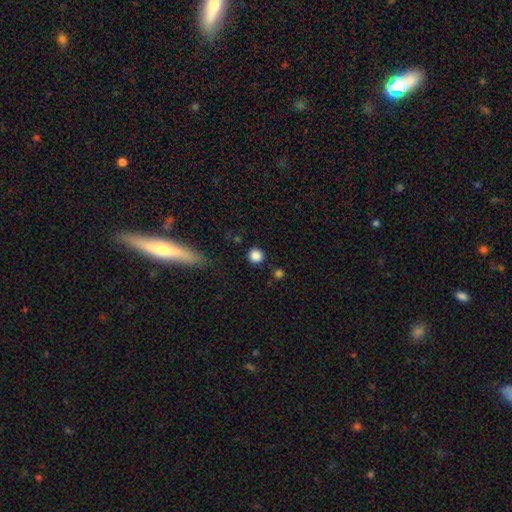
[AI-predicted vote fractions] Smooth or featured?
  - smooth: 85% *
  - star or artifact: 11%
  - featured or disk: 3%
How rounded?
  - round: 95% *
  - in between: 4%
  - cigar-shaped: 1%
Merging?
  - none: 89% *
  - minor disturbance: 6%
  - merger: 3%
  - major disturbance: 3%